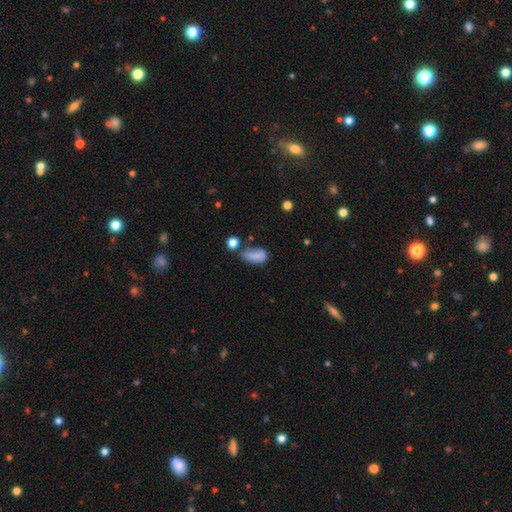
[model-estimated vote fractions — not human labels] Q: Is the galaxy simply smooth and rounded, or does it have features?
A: smooth — 76%.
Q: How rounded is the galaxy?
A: in between — 84%.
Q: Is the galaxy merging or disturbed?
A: none — 42%.